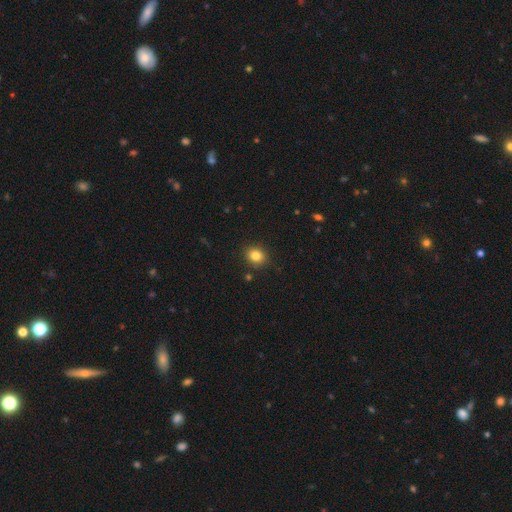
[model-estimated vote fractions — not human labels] The model was most divided on "how rounded": round: 77%, in between: 22%, cigar-shaped: 1%. More confident: merging — none (88%); smooth or featured — smooth (83%).